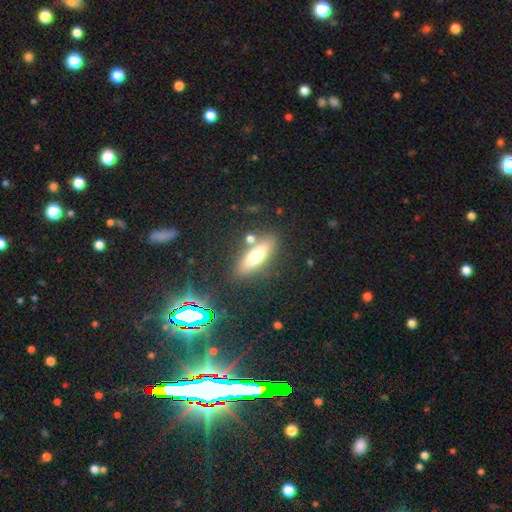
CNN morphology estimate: Smooth or featured?
  - smooth: 61% *
  - featured or disk: 26%
  - star or artifact: 12%
How rounded?
  - cigar-shaped: 50% *
  - in between: 46%
  - round: 3%
Merging?
  - none: 80% *
  - minor disturbance: 11%
  - merger: 6%
  - major disturbance: 3%